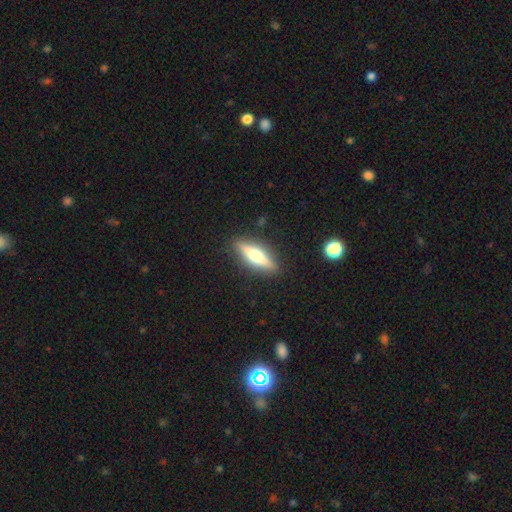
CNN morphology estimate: smooth_or_featured: featured or disk (p=0.56) [alt: smooth p=0.37]
disk_edge_on: yes (p=0.93) [alt: no p=0.07]
edge_on_bulge: rounded (p=0.92) [alt: boxy p=0.05]
merging: none (p=0.89) [alt: minor disturbance p=0.08]